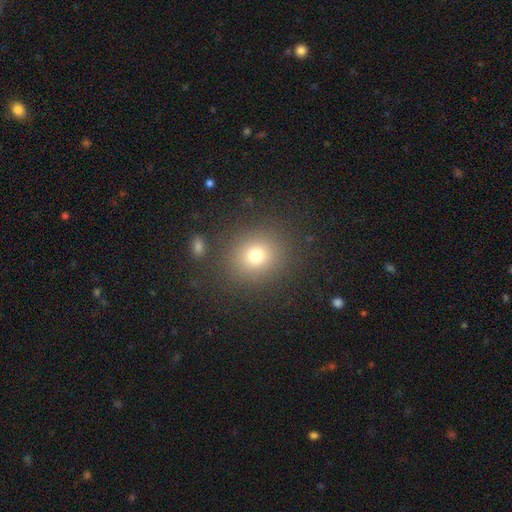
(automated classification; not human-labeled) Smooth or featured? Predicted: smooth (p=0.74). How rounded? Predicted: round (p=0.82). Merging? Predicted: none (p=0.86).